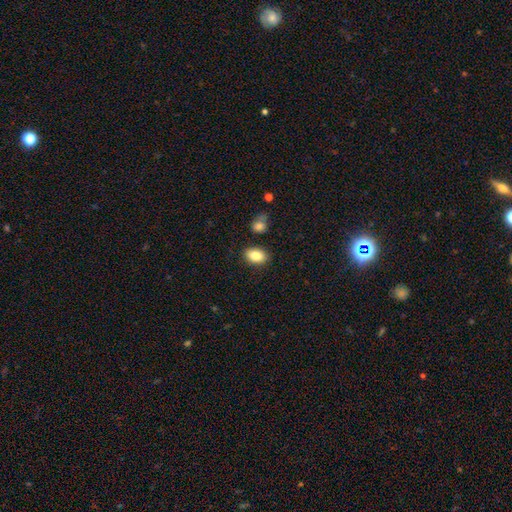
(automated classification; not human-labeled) smooth_or_featured: smooth (p=0.86) [alt: star or artifact p=0.08]
how_rounded: in between (p=0.87) [alt: round p=0.12]
merging: none (p=0.83) [alt: minor disturbance p=0.10]